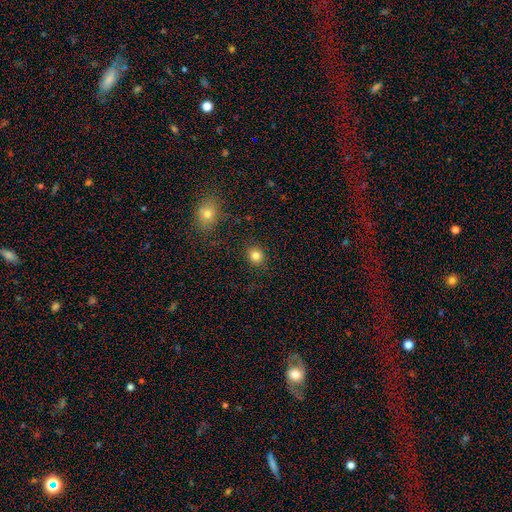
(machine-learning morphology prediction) The model was most divided on "how rounded": round: 82%, in between: 17%, cigar-shaped: 1%. More confident: merging — none (88%); smooth or featured — smooth (82%).